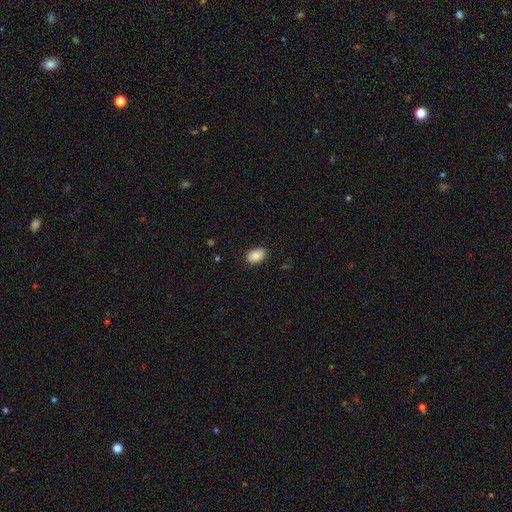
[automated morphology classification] This appears to be a smooth galaxy with no disk features (87%) that is in between round and cigar-shaped (89%). Merging: none (86%).